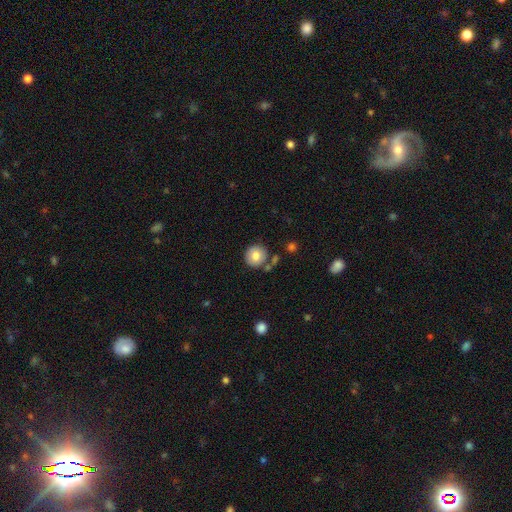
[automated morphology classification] smooth 79%, featured or disk 13%, star or artifact 9%. Down the decision tree: how rounded — round (92%); merging — none (78%).